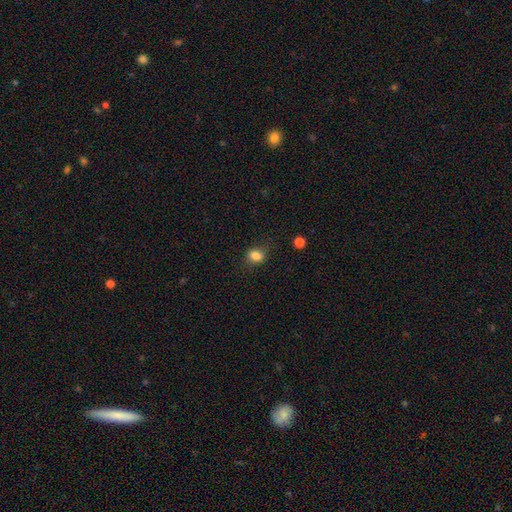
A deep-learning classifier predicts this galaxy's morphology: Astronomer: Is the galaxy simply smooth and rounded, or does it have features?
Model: smooth — 83%.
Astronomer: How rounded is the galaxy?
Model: in between — 57% (runner-up: round, 41%).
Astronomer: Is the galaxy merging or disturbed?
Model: none — 76%.